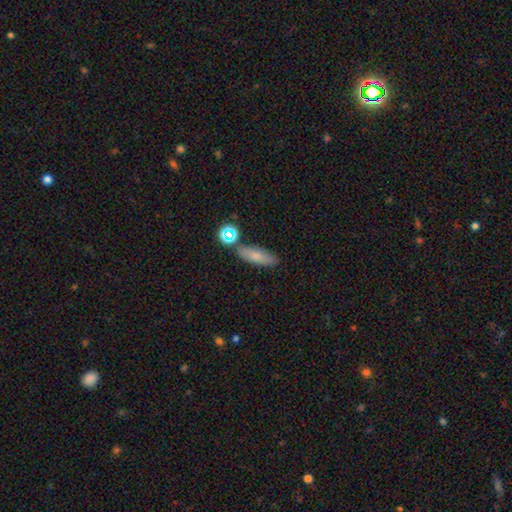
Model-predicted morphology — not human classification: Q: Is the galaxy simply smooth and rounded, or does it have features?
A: smooth — 73%.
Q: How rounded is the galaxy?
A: in between — 56%.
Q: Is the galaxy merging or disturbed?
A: none — 75%.